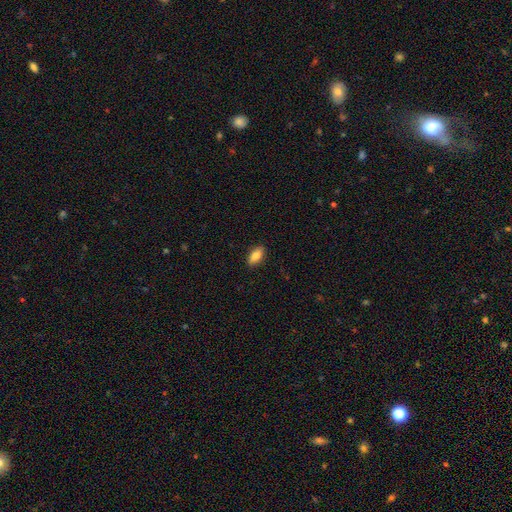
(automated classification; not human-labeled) A smooth galaxy with no disk features (84%) that is in between round and cigar-shaped (87%).

Vote fractions:
- Smooth or featured? smooth: 84% / featured or disk: 9% / star or artifact: 7%
- How rounded? in between: 87% / cigar-shaped: 10% / round: 3%
- Merging? none: 88% / minor disturbance: 9% / major disturbance: 2% / merger: 1%